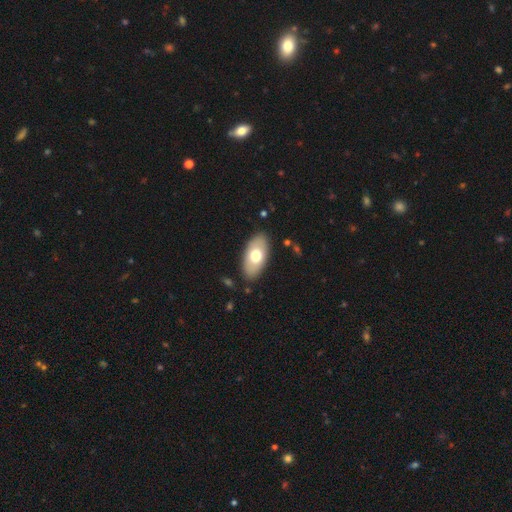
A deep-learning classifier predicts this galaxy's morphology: smooth_or_featured: smooth (p=0.66) [alt: featured or disk p=0.28]
how_rounded: in between (p=0.93) [alt: cigar-shaped p=0.03]
merging: none (p=0.86) [alt: minor disturbance p=0.10]